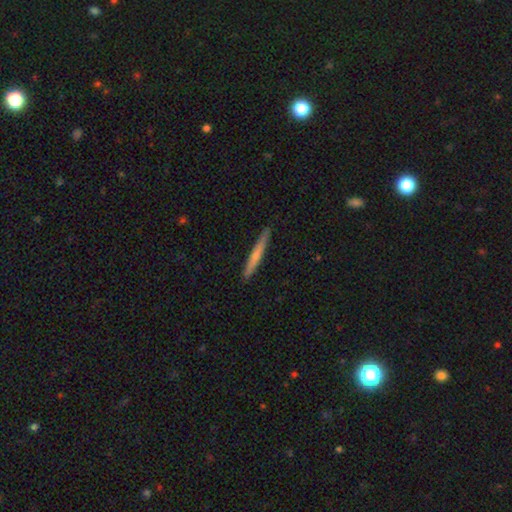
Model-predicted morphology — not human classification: Smooth or featured? smooth (60%)
How rounded? cigar-shaped (96%)
Merging? none (91%)